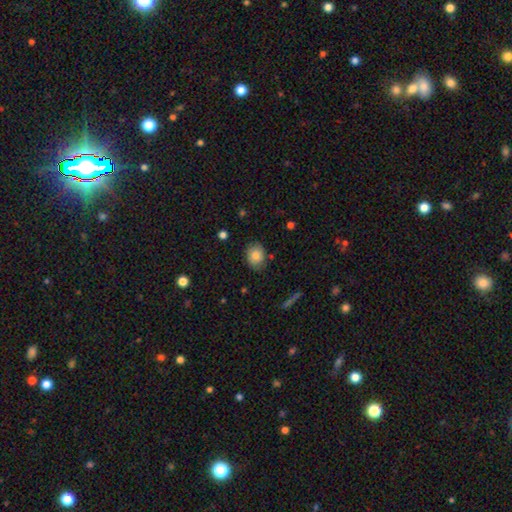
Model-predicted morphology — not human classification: Smooth or featured?
  - smooth: 83% *
  - star or artifact: 8%
  - featured or disk: 8%
How rounded?
  - round: 50% *
  - in between: 49%
  - cigar-shaped: 1%
Merging?
  - none: 80% *
  - minor disturbance: 15%
  - major disturbance: 3%
  - merger: 2%